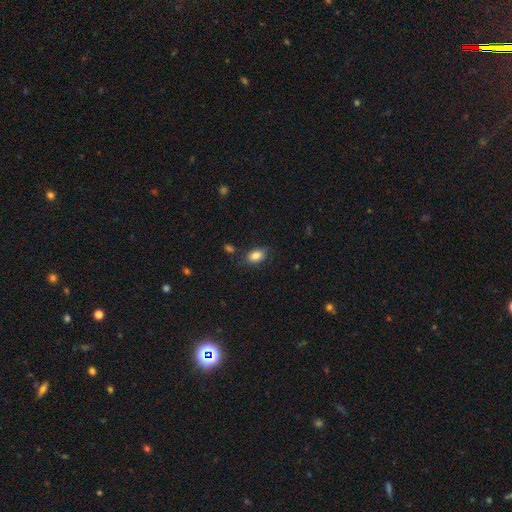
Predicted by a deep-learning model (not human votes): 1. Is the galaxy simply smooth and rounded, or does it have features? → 84% smooth, 9% star or artifact, 7% featured or disk.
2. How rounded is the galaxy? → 85% in between, 13% round, 2% cigar-shaped.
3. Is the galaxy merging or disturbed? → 77% none, 15% minor disturbance, 4% major disturbance, 4% merger.